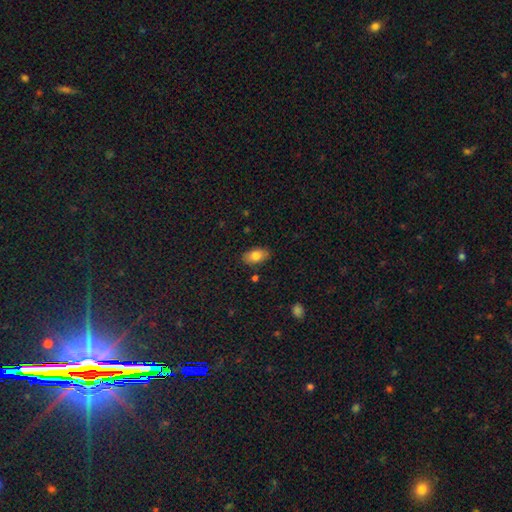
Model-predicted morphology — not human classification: This appears to be a smooth galaxy with no disk features (80%) that is in between round and cigar-shaped (92%). Merging: none (86%).